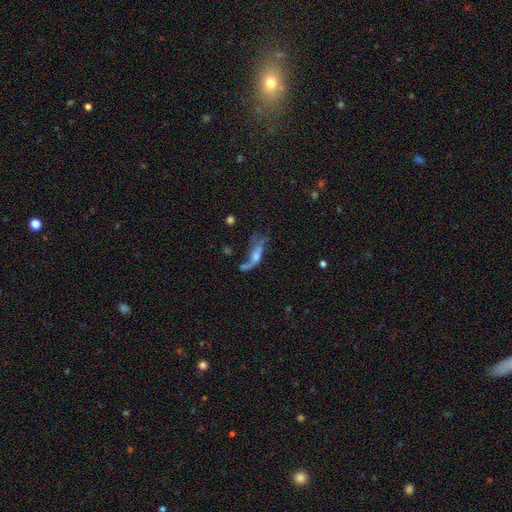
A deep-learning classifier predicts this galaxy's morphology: Smooth or featured?
  - featured or disk: 55% *
  - smooth: 32%
  - star or artifact: 13%
Edge-on disk?
  - no: 77% *
  - yes: 23%
Merging?
  - major disturbance: 40% *
  - none: 26%
  - merger: 18%
  - minor disturbance: 16%